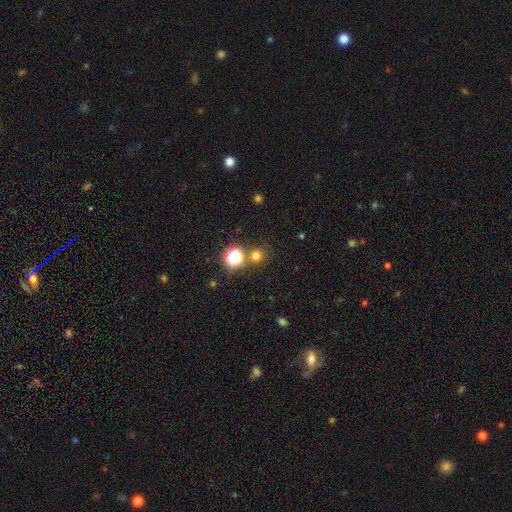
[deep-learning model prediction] A smooth galaxy with no disk features (68%) that is round (91%).

Vote fractions:
- Smooth or featured? smooth: 68% / star or artifact: 26% / featured or disk: 6%
- How rounded? round: 91% / in between: 8% / cigar-shaped: 1%
- Merging? none: 77% / merger: 12% / minor disturbance: 7% / major disturbance: 3%